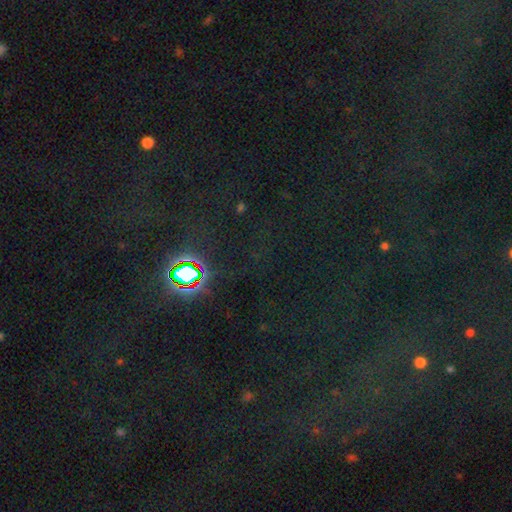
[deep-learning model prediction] Smooth or featured?
  - star or artifact: 81% *
  - smooth: 12%
  - featured or disk: 7%